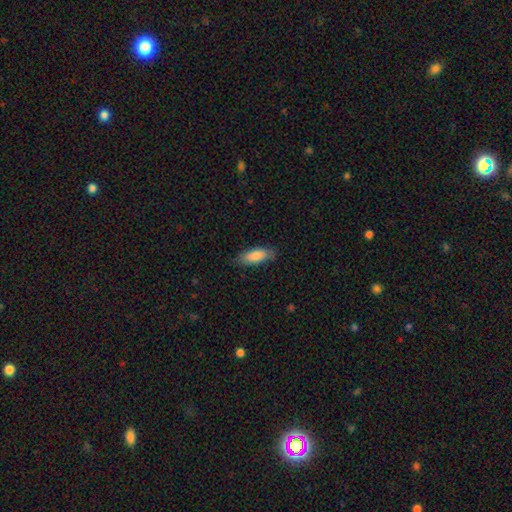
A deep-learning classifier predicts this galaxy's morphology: smooth 84%, featured or disk 10%, star or artifact 6%. Down the decision tree: how rounded — in between (74%); merging — none (79%).